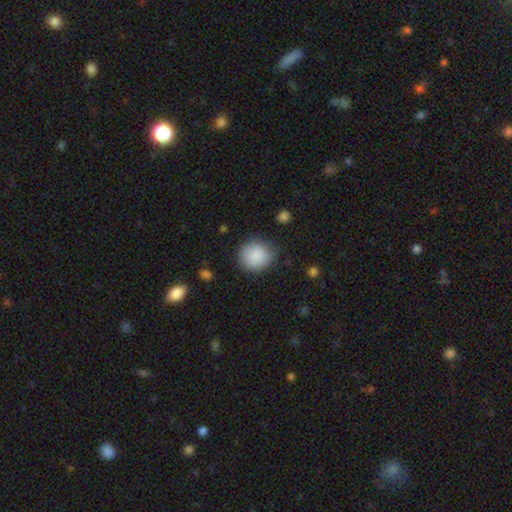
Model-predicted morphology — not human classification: Overall: smooth (87%). How rounded: round (85%). Merging: none (81%).